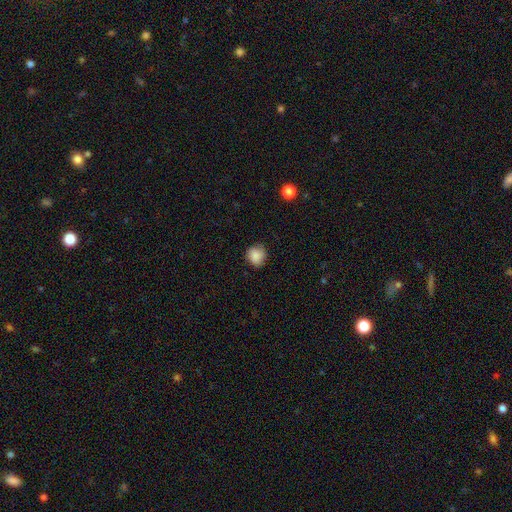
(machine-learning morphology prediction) A smooth galaxy with no disk features (86%) that is round (86%).

Vote fractions:
- Smooth or featured? smooth: 86% / star or artifact: 8% / featured or disk: 5%
- How rounded? round: 86% / in between: 13% / cigar-shaped: 1%
- Merging? none: 80% / minor disturbance: 15% / major disturbance: 3% / merger: 1%